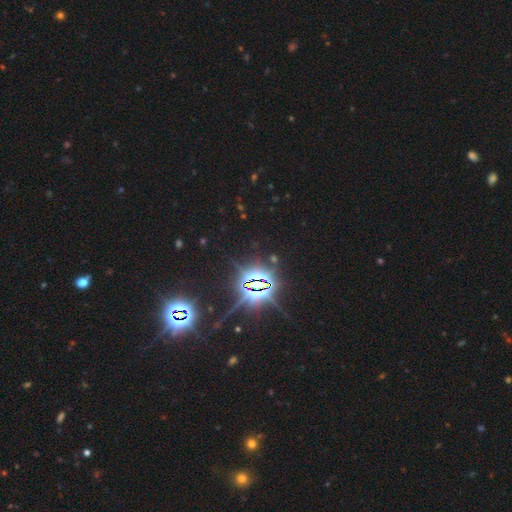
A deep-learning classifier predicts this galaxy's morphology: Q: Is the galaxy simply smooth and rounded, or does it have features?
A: star or artifact — 86%.